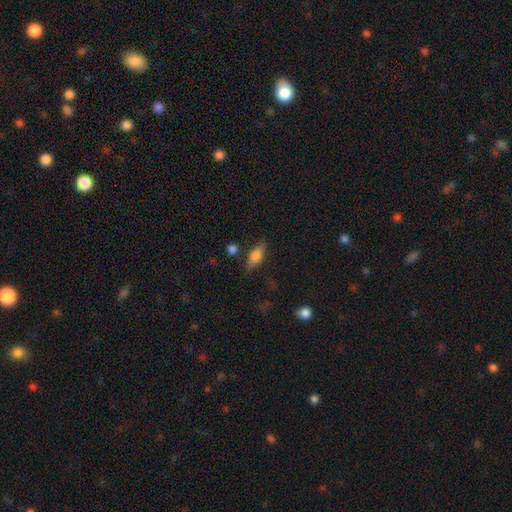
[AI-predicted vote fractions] The model was most divided on "how rounded": in between: 70%, cigar-shaped: 26%, round: 5%. More confident: merging — none (74%); smooth or featured — smooth (69%).